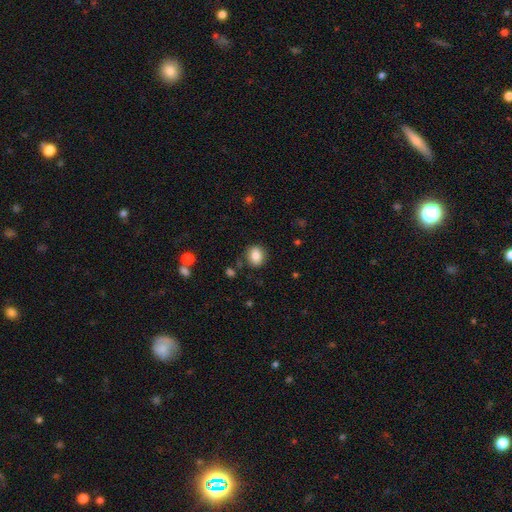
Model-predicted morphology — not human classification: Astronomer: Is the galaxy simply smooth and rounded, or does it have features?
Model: smooth — 83%.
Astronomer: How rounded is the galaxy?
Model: round — 69%.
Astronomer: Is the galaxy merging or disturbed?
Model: none — 84%.